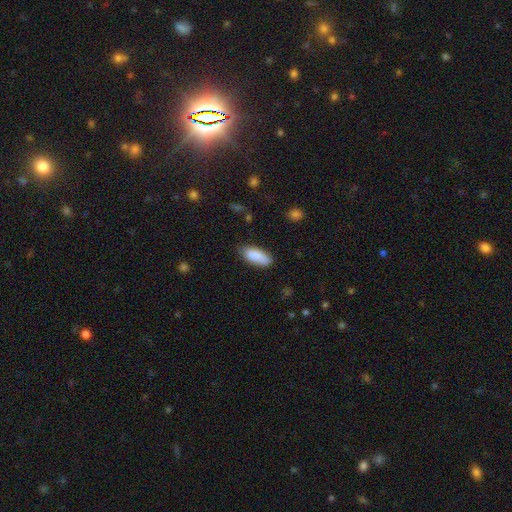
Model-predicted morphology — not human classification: Smooth or featured: smooth — 86% (featured or disk — 7%)
How rounded: in between — 79% (cigar-shaped — 19%)
Merging: none — 73% (minor disturbance — 20%)